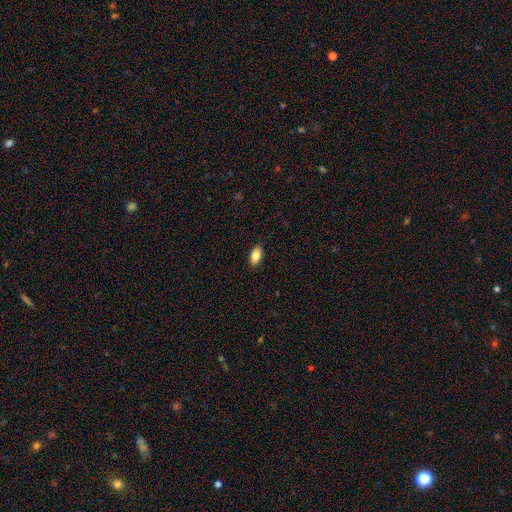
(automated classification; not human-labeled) Smooth or featured: smooth — 85% (featured or disk — 8%)
How rounded: in between — 92% (round — 4%)
Merging: none — 89% (minor disturbance — 8%)